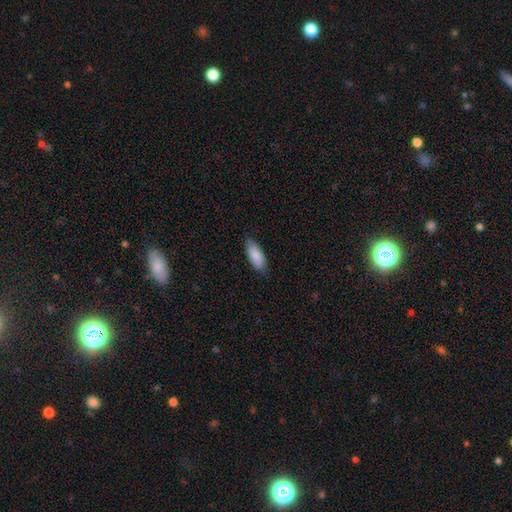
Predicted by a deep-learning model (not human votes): Smooth or featured: smooth — 86% (featured or disk — 9%)
How rounded: in between — 82% (cigar-shaped — 16%)
Merging: none — 81% (minor disturbance — 16%)